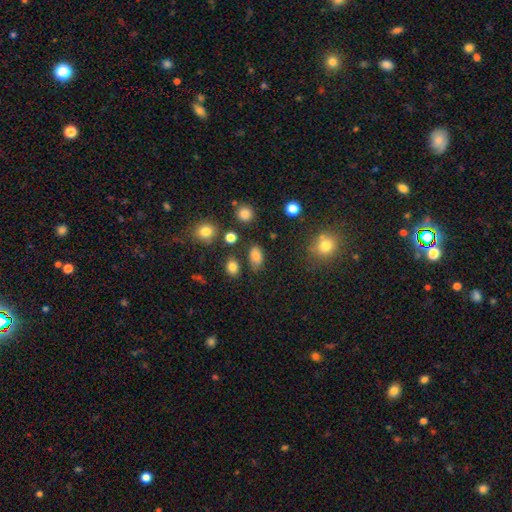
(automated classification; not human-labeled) smooth_or_featured: smooth (p=0.78) [alt: star or artifact p=0.14]
how_rounded: in between (p=0.86) [alt: round p=0.12]
merging: none (p=0.72) [alt: minor disturbance p=0.18]